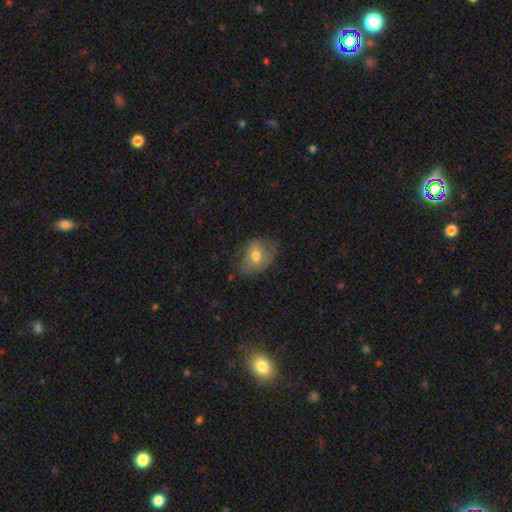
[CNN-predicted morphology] This is likely a smooth galaxy (66%). How rounded: likely in between (65%). Merging: likely none (61%).